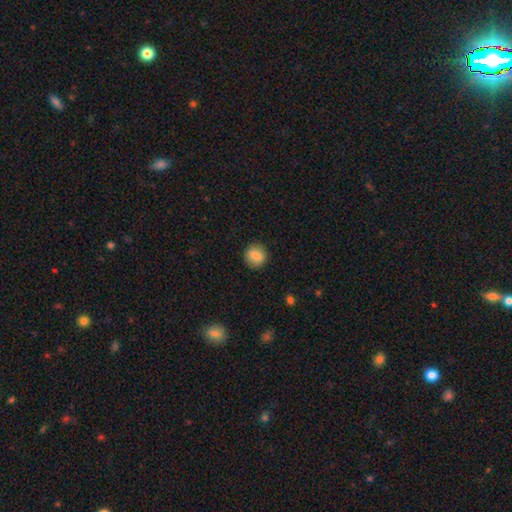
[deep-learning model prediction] smooth 84%, star or artifact 8%, featured or disk 7%. Down the decision tree: how rounded — round (88%); merging — none (90%).